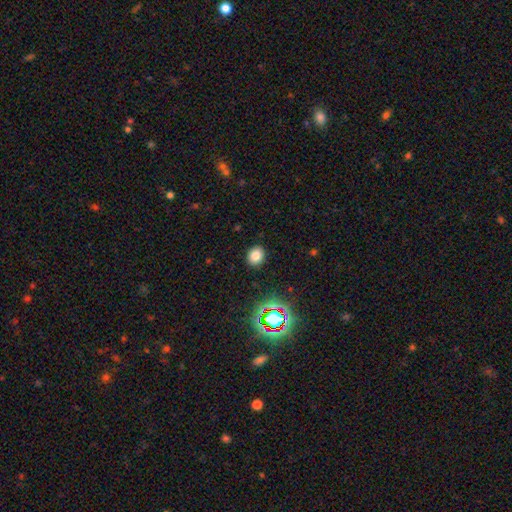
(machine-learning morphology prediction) This is likely a smooth galaxy (80%). How rounded: possibly round (60%). Merging: clearly none (89%).